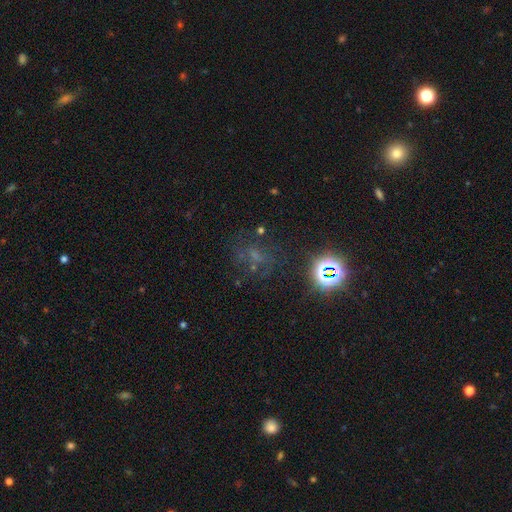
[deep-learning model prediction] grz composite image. It shows a star or artifact, not a galaxy (51%).